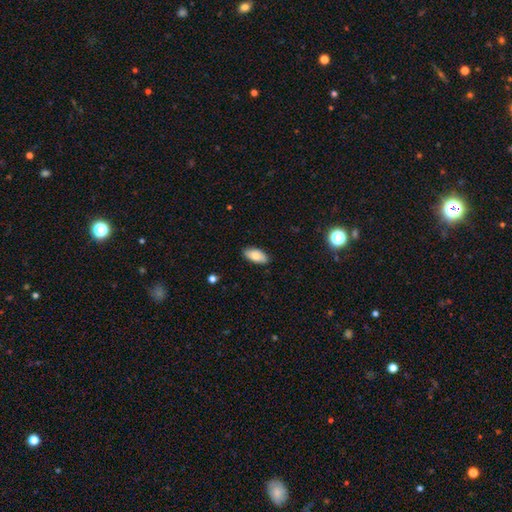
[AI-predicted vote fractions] Smooth or featured?
  - smooth: 80% *
  - featured or disk: 13%
  - star or artifact: 7%
How rounded?
  - in between: 91% *
  - cigar-shaped: 7%
  - round: 2%
Merging?
  - none: 86% *
  - minor disturbance: 11%
  - major disturbance: 2%
  - merger: 1%